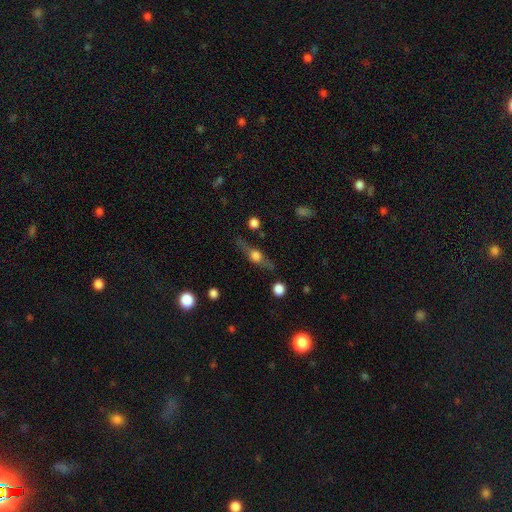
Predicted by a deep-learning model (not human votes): smooth_or_featured: featured or disk (p=0.61) [alt: smooth p=0.32]
disk_edge_on: yes (p=0.89) [alt: no p=0.11]
edge_on_bulge: rounded (p=0.94) [alt: boxy p=0.04]
merging: none (p=0.75) [alt: minor disturbance p=0.16]